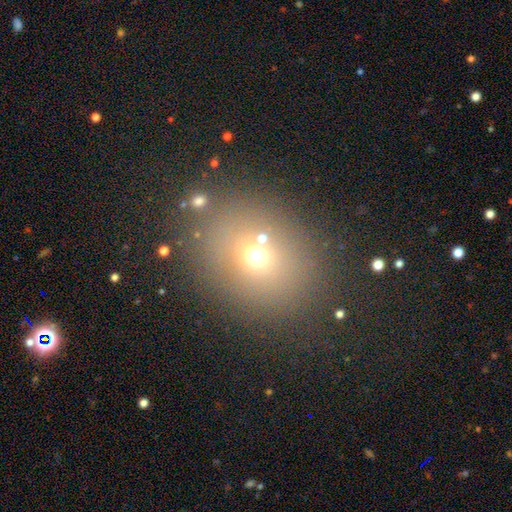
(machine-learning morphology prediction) A smooth galaxy with no disk features (63%) that is round (55%). Merging: none (76%).